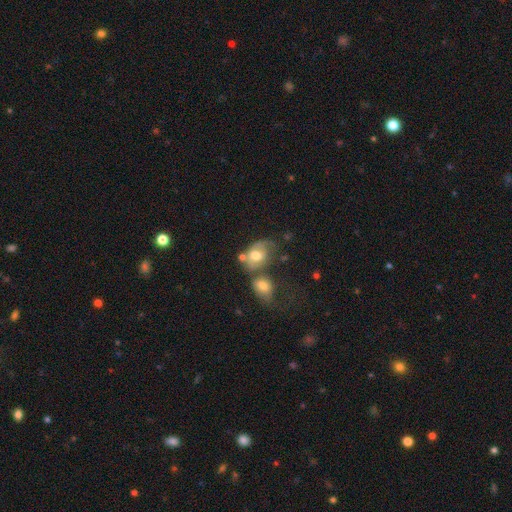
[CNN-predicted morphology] smooth 55%, featured or disk 37%, star or artifact 8%. Down the decision tree: how rounded — in between (75%); merging — merger (41%).